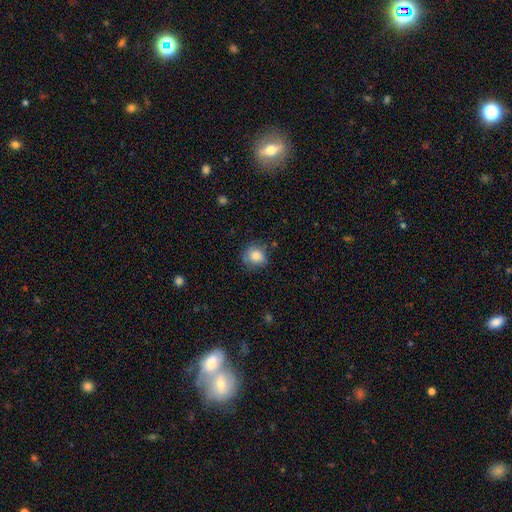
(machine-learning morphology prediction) type=smooth (82%); roundness=round (82%); merging=none (69%).